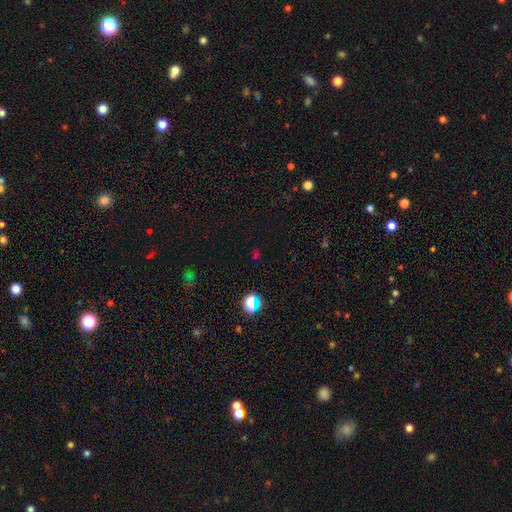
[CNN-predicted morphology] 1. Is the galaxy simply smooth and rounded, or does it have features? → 59% star or artifact, 34% smooth, 7% featured or disk.